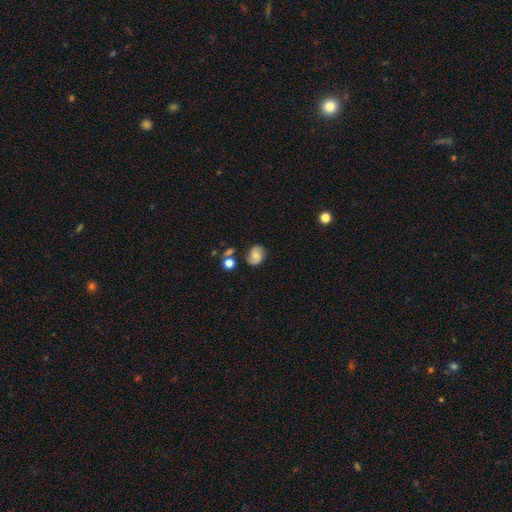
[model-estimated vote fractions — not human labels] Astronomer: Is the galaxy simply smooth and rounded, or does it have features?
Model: featured or disk — 56% (runner-up: smooth, 34%).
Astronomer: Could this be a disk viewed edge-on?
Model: no — 98%.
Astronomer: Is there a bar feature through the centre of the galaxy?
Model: no — 51% (runner-up: weak, 40%).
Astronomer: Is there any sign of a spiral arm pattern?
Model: yes — 92%.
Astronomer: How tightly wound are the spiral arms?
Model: medium — 49% (runner-up: loose, 26%).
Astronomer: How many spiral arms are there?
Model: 2 — 89%.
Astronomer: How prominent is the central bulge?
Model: moderate — 34% (runner-up: small, 32%).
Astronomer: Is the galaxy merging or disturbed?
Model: none — 74%.